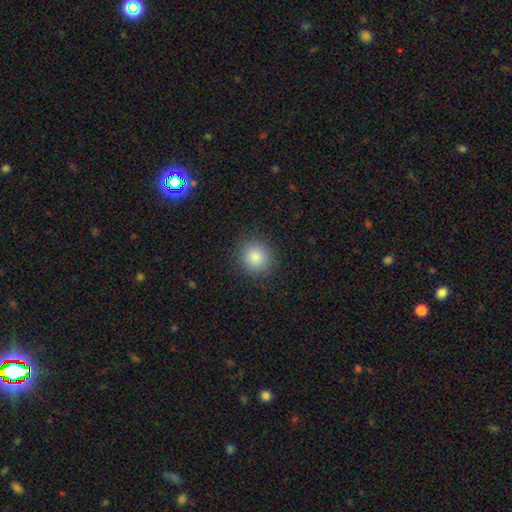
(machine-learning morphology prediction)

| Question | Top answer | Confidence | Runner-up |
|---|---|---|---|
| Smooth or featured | smooth | 83% | star or artifact (12%) |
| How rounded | round | 88% | in between (11%) |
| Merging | none | 91% | minor disturbance (6%) |